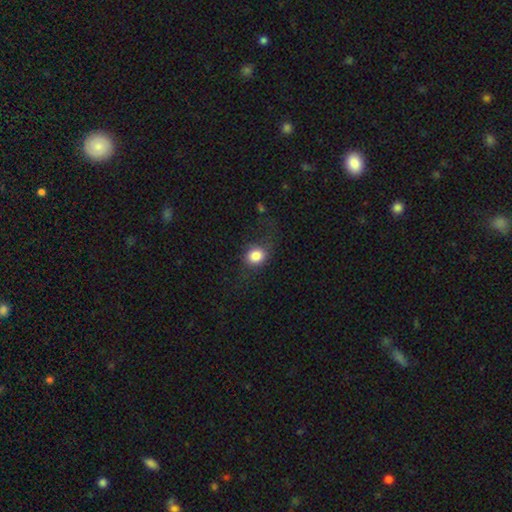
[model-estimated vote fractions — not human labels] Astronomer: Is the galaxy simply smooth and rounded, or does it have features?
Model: smooth — 83%.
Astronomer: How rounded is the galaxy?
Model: round — 68%.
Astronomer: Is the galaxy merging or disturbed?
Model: none — 66%.